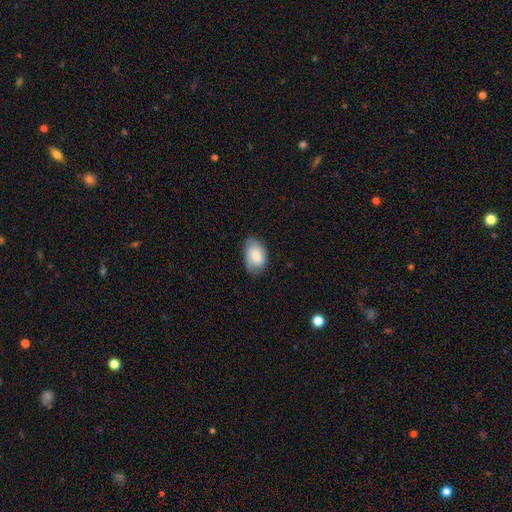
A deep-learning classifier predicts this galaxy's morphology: smooth_or_featured: smooth (p=0.80) [alt: featured or disk p=0.14]
how_rounded: in between (p=0.90) [alt: round p=0.09]
merging: none (p=0.70) [alt: minor disturbance p=0.24]